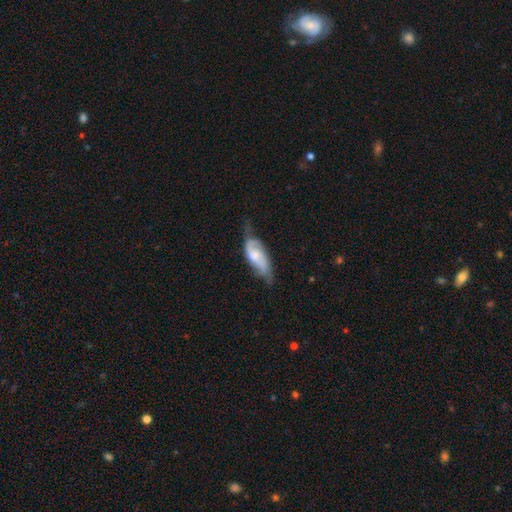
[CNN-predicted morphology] type=featured or disk (61%); edge-on=no (89%); bar=no (61%); spiral arms=yes (88%); bulge=moderate (44%); merging=none (44%).